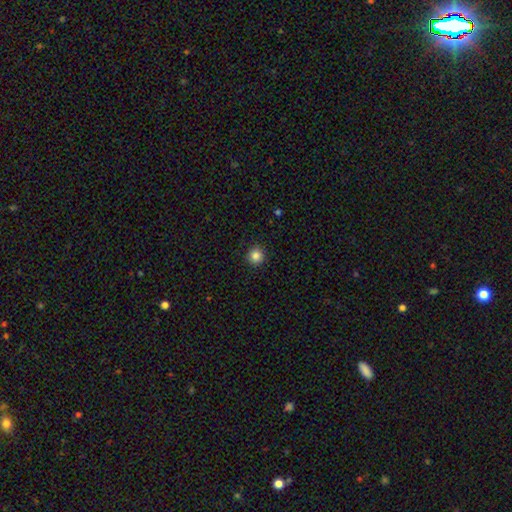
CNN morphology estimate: Smooth or featured? smooth (85%)
How rounded? round (95%)
Merging? none (92%)